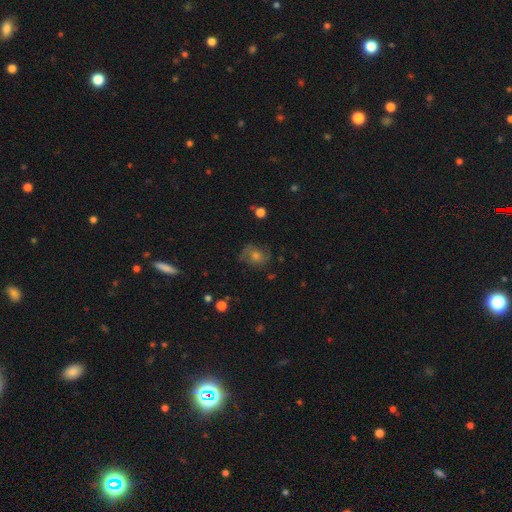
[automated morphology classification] featured or disk 47%, smooth 34%, star or artifact 19%. Down the decision tree: merging — none (71%).